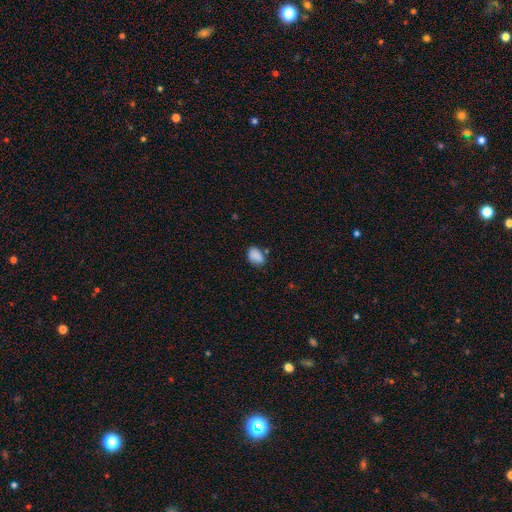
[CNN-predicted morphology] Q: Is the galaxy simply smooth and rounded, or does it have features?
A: smooth — 87%.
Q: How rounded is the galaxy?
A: in between — 79%.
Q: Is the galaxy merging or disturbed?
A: none — 69%.